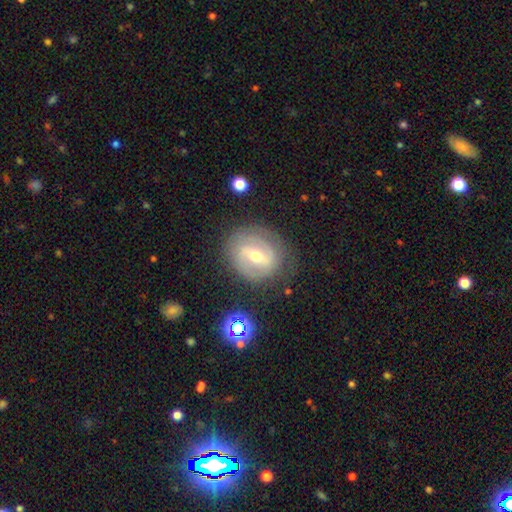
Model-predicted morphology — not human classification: This appears to be a featured or disk galaxy (73%) with a weak bar (45%), 2 (68%) tight (49%) spiral arms (76%) and a moderate central bulge (62%). Merging: none (76%).